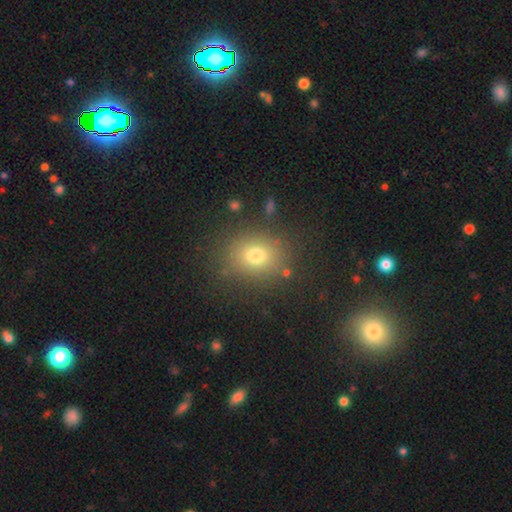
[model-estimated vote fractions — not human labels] Smooth or featured?
  - smooth: 74% *
  - star or artifact: 15%
  - featured or disk: 10%
How rounded?
  - round: 62% *
  - in between: 37%
  - cigar-shaped: 1%
Merging?
  - none: 84% *
  - minor disturbance: 10%
  - major disturbance: 4%
  - merger: 3%